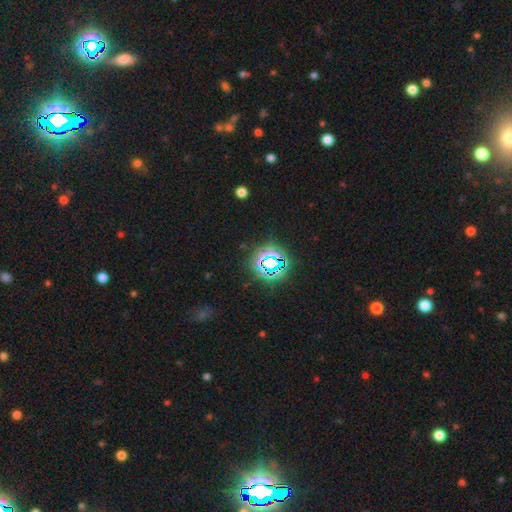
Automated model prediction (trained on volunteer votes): Smooth or featured? Predicted: star or artifact (p=0.77).